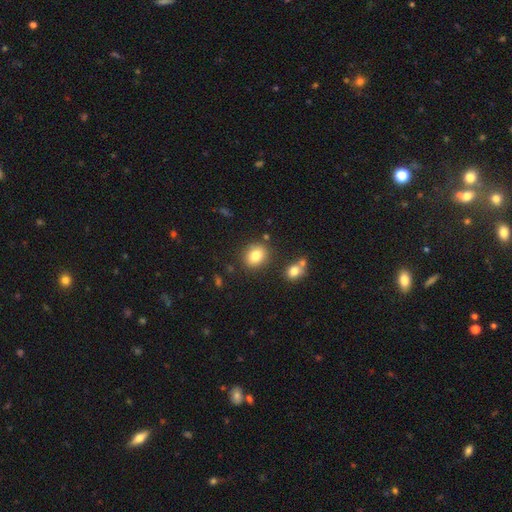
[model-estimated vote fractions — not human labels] This appears to be a smooth galaxy with no disk features (82%) that is round (52%). Merging: none (82%).